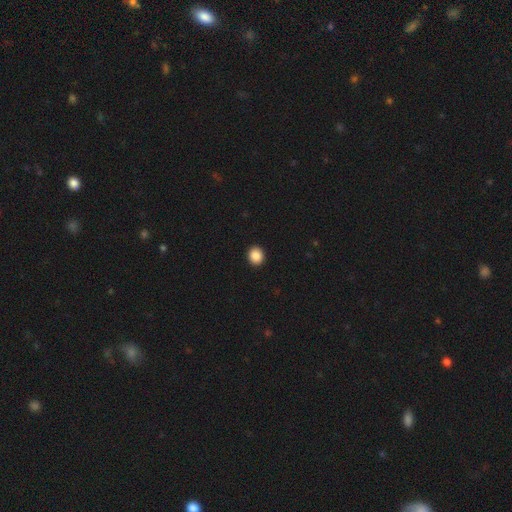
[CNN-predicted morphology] Smooth or featured? Predicted: smooth (p=0.88). How rounded? Predicted: round (p=0.79). Merging? Predicted: none (p=0.93).